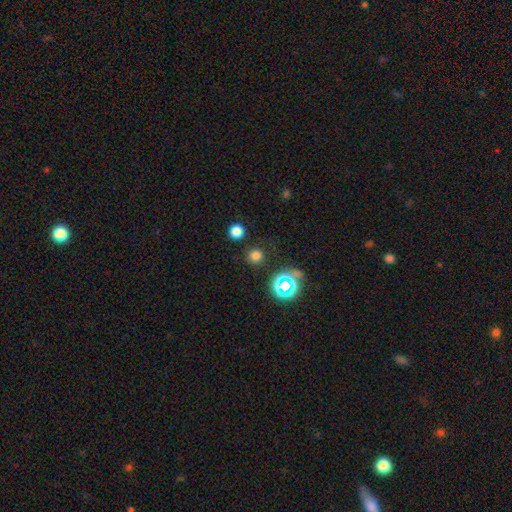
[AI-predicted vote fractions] Morphology: type=smooth (72%); roundness=round (93%); merging=none (87%).